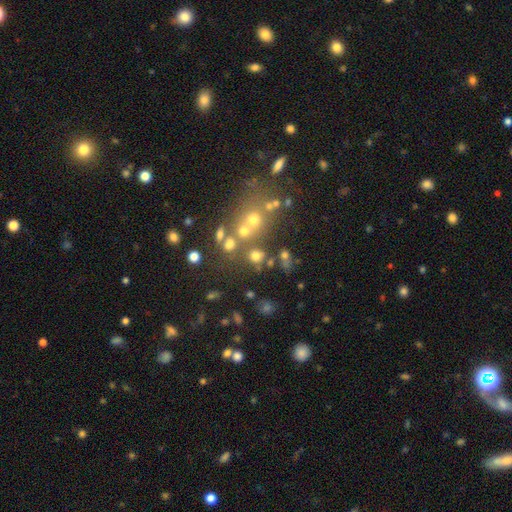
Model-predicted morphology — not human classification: smooth-or-featured: smooth: 56% | star or artifact: 27% | featured or disk: 17%
  how-rounded: round: 80% | in between: 19% | cigar-shaped: 2%
  merging: none: 58% | merger: 26% | minor disturbance: 10% | major disturbance: 6%